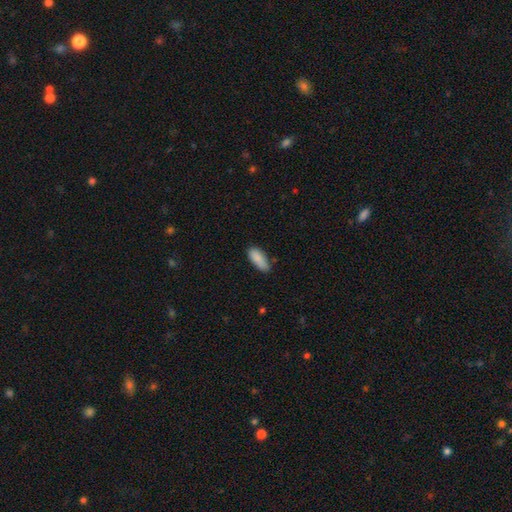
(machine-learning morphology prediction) This appears to be a smooth galaxy with no disk features (85%) that is in between round and cigar-shaped (73%). Merging: none (79%).